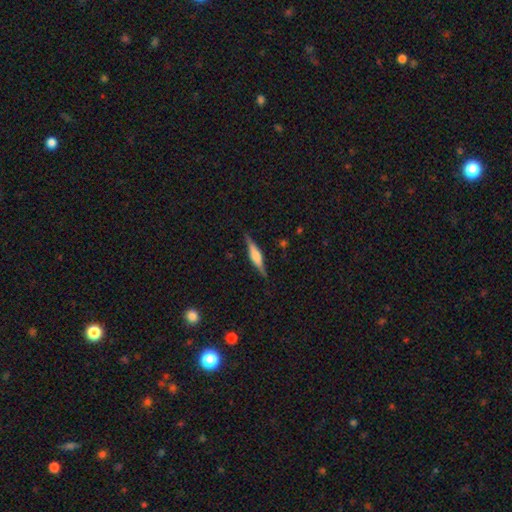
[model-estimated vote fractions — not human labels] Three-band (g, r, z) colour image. It shows a featured or disk galaxy (61%) viewed edge-on (96%) with a rounded central bulge (58%). Merging: none (86%).